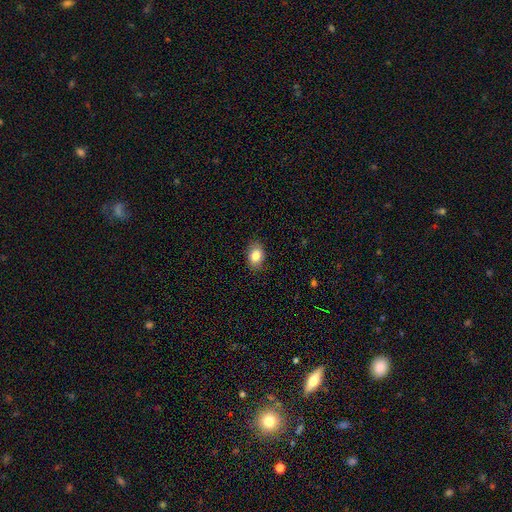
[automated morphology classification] The model was most divided on "how rounded": in between: 77%, round: 21%, cigar-shaped: 1%. More confident: merging — none (86%); smooth or featured — smooth (85%).